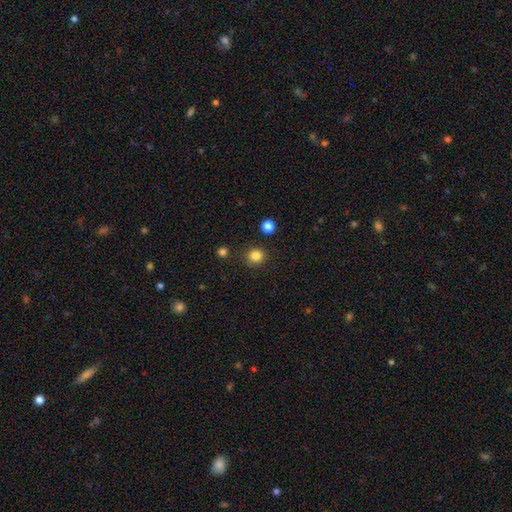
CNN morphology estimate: smooth_or_featured: smooth (p=0.84) [alt: star or artifact p=0.12]
how_rounded: round (p=0.90) [alt: in between p=0.09]
merging: none (p=0.88) [alt: minor disturbance p=0.07]